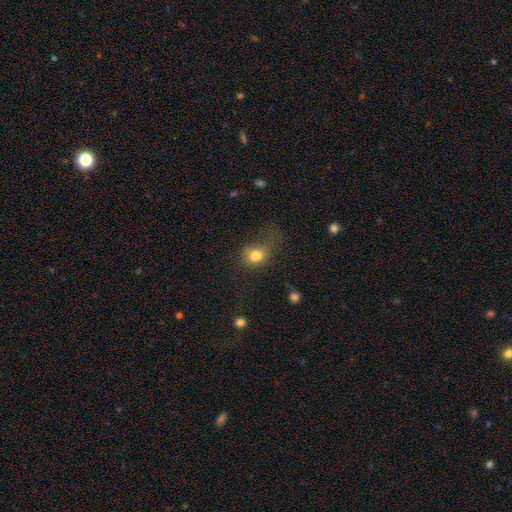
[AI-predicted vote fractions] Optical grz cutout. It shows a smooth galaxy with no disk features (79%) that is round (52%). Merging: major disturbance (36%, tied with none).